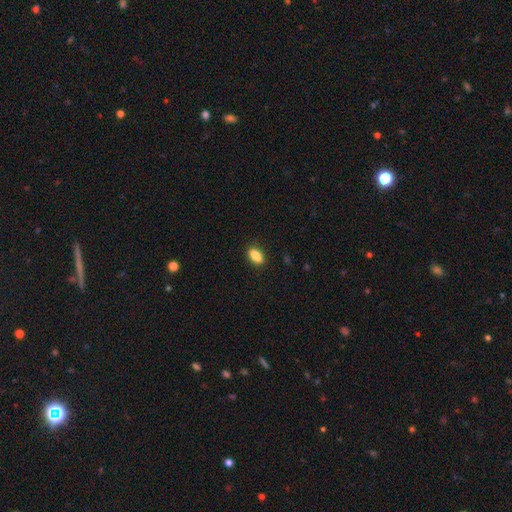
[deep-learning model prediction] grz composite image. It shows a smooth galaxy with no disk features (86%) that is in between round and cigar-shaped (84%). Merging: none (88%).